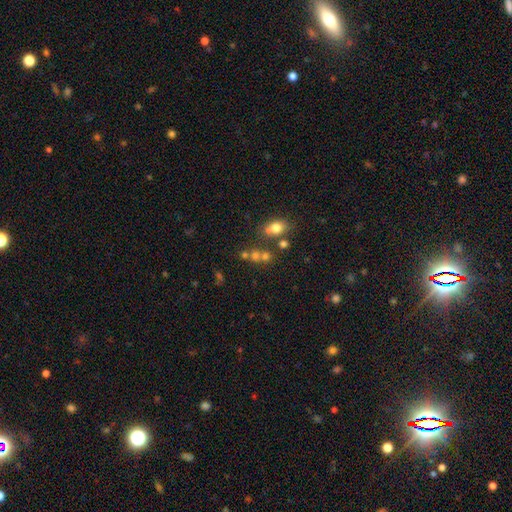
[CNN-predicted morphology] Smooth or featured? Predicted: smooth (p=0.60). How rounded? Predicted: round (p=0.74). Merging? Predicted: none (p=0.45).